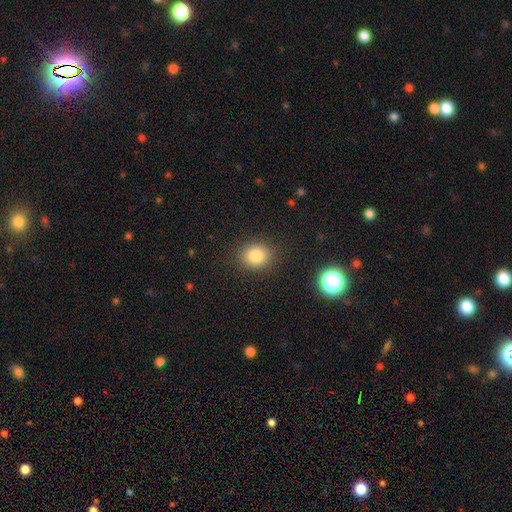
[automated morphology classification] This appears to be a smooth galaxy with no disk features (82%) that is round (74%). Merging: none (88%).